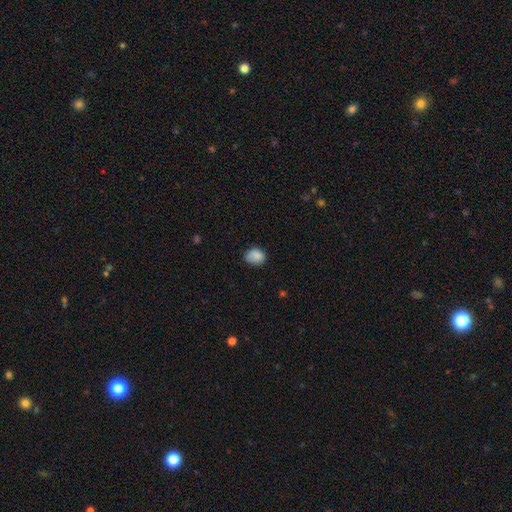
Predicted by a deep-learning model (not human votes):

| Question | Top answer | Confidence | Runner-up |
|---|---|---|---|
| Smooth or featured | smooth | 86% | star or artifact (9%) |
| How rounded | round | 53% | in between (46%) |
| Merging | none | 71% | minor disturbance (23%) |